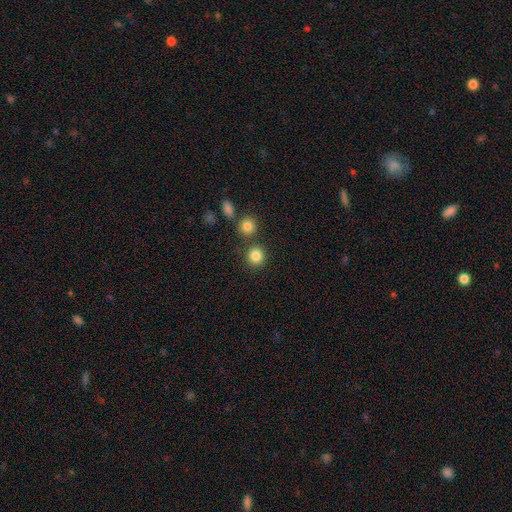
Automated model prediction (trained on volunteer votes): A smooth galaxy with no disk features (84%) that is round (91%). Merging: none (79%).